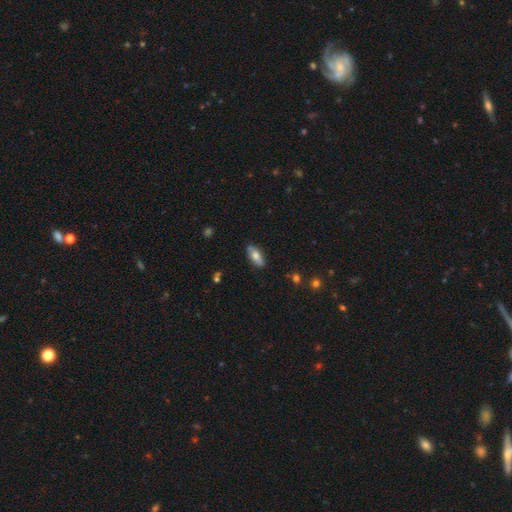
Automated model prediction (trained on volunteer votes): A smooth galaxy with no disk features (68%) that is in between round and cigar-shaped (82%). Merging: none (82%).